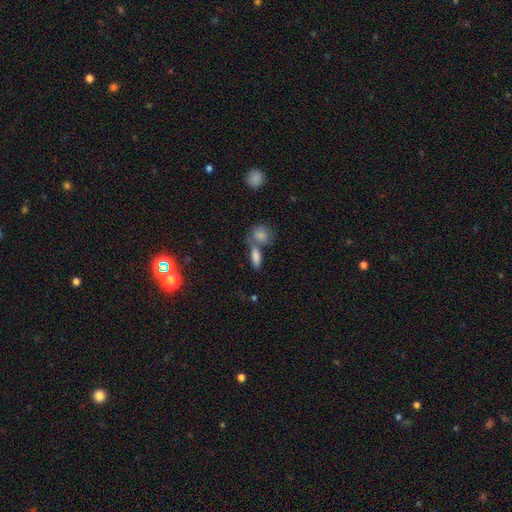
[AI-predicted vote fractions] Smooth or featured? smooth (76%)
How rounded? in between (70%)
Merging? none (48%)